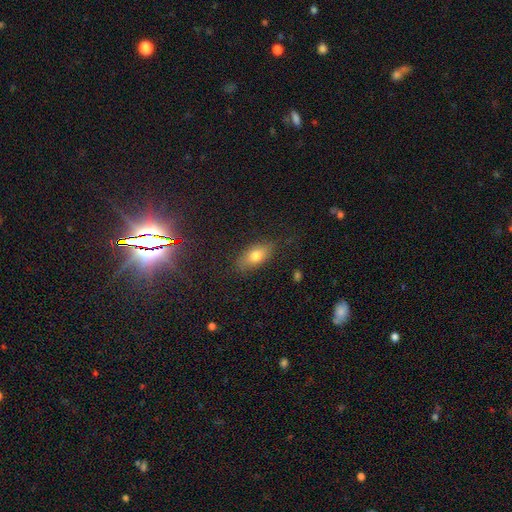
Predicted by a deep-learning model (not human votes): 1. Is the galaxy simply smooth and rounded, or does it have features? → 73% smooth, 16% featured or disk, 11% star or artifact.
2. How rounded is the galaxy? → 85% in between, 9% cigar-shaped, 6% round.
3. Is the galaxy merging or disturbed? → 81% none, 14% minor disturbance, 4% major disturbance, 1% merger.